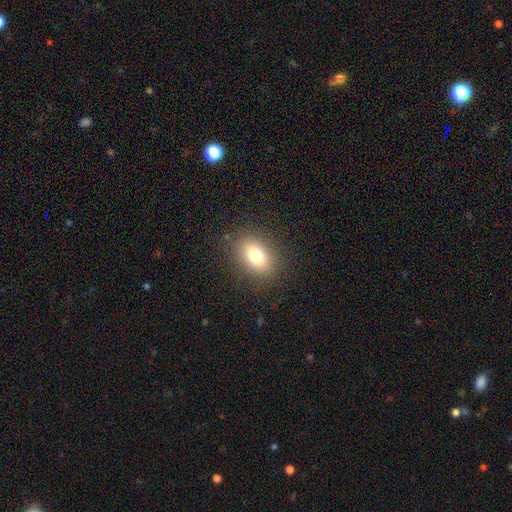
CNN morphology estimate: A smooth galaxy with no disk features (78%) that is in between round and cigar-shaped (76%).

Vote fractions:
- Smooth or featured? smooth: 78% / featured or disk: 12% / star or artifact: 11%
- How rounded? in between: 76% / round: 23% / cigar-shaped: 2%
- Merging? none: 86% / minor disturbance: 9% / major disturbance: 4% / merger: 1%